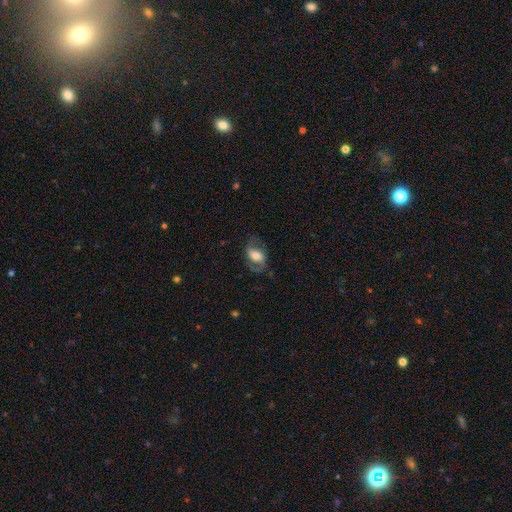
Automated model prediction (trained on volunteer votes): smooth_or_featured: featured or disk (p=0.56) [alt: smooth p=0.37]
disk_edge_on: no (p=0.94) [alt: yes p=0.06]
bar: no (p=0.40) [alt: weak p=0.35]
has_spiral_arms: yes (p=0.74) [alt: no p=0.26]
bulge_size: moderate (p=0.55) [alt: large p=0.22]
merging: none (p=0.66) [alt: minor disturbance p=0.18]